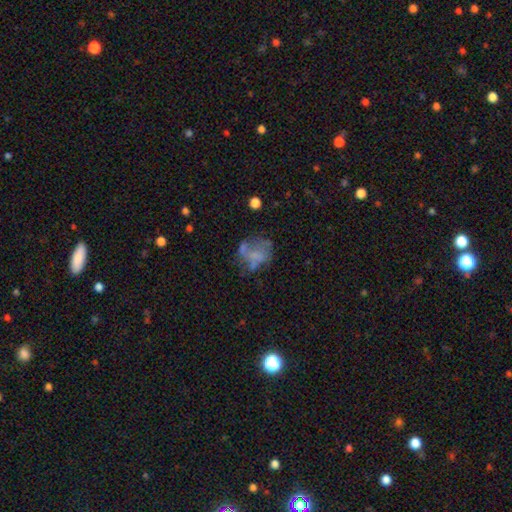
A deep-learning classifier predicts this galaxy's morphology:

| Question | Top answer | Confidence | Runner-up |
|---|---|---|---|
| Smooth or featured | featured or disk | 45% | smooth (41%) |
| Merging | none | 38% | major disturbance (29%) |